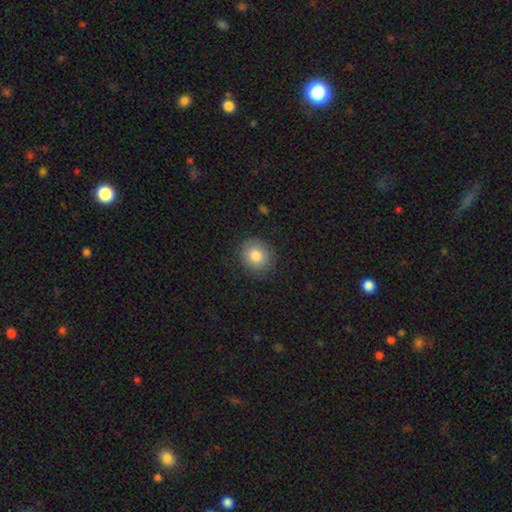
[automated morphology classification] A smooth galaxy with no disk features (82%) that is round (80%).

Vote fractions:
- Smooth or featured? smooth: 82% / featured or disk: 9% / star or artifact: 9%
- How rounded? round: 80% / in between: 19% / cigar-shaped: 1%
- Merging? none: 85% / minor disturbance: 10% / major disturbance: 3% / merger: 1%